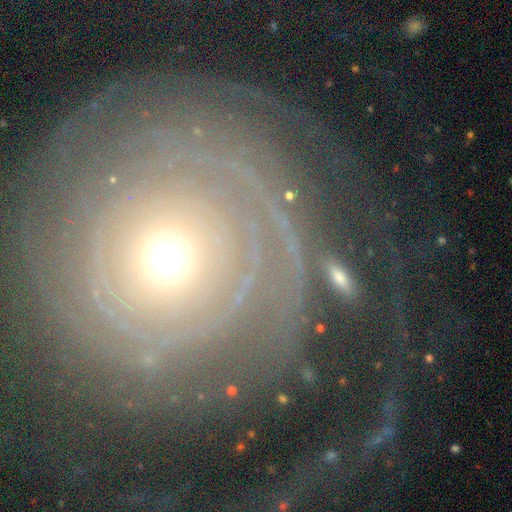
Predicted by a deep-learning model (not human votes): The model was most divided on "bulge size": moderate: 51%, small: 40%, large: 6%, dominant: 2%, none: 2%. Remaining: edge-on disk — no (95%); bar — no (84%); spiral arms — yes (79%); spiral winding — tight (78%); smooth or featured — featured or disk (72%); merging — none (71%); spiral arm count — can't tell (39%).